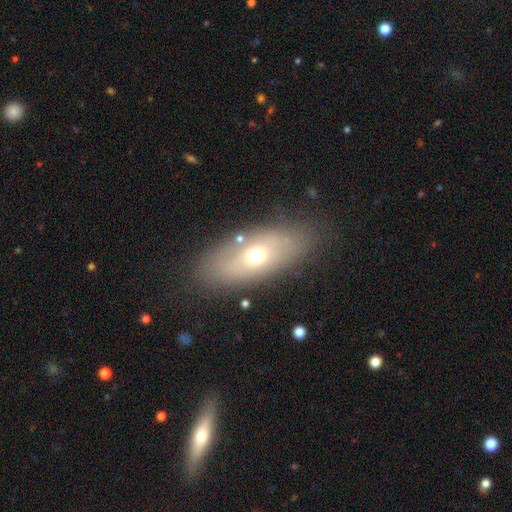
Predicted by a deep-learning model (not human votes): smooth 59%, featured or disk 31%, star or artifact 10%. Down the decision tree: how rounded — in between (82%); merging — none (77%).